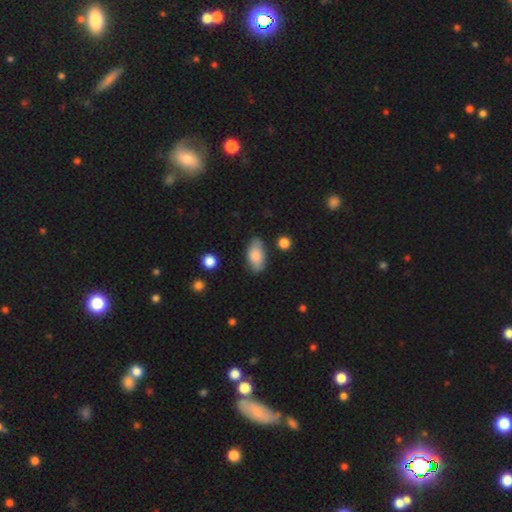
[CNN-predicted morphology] This appears to be a smooth galaxy with no disk features (81%) that is in between round and cigar-shaped (92%). Merging: none (77%).